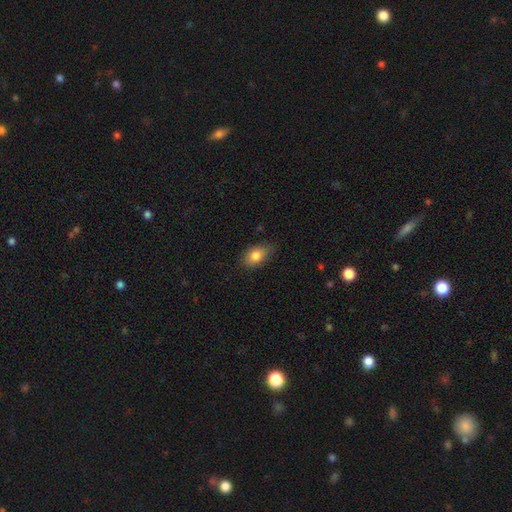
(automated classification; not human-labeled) Smooth or featured? Predicted: smooth (p=0.82). How rounded? Predicted: in between (p=0.87). Merging? Predicted: none (p=0.76).